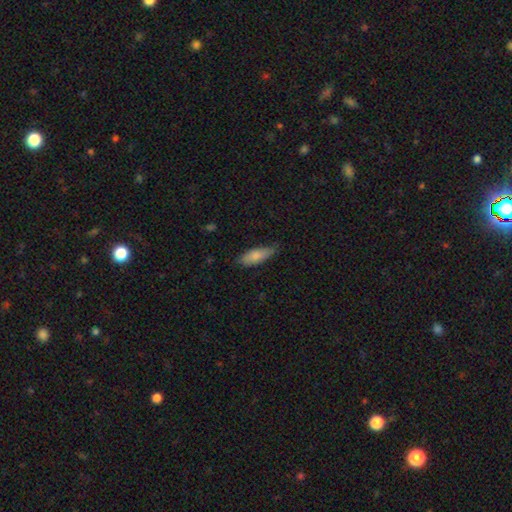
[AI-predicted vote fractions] This is clearly a smooth galaxy (82%). How rounded: likely in between (67%). Merging: likely none (72%).